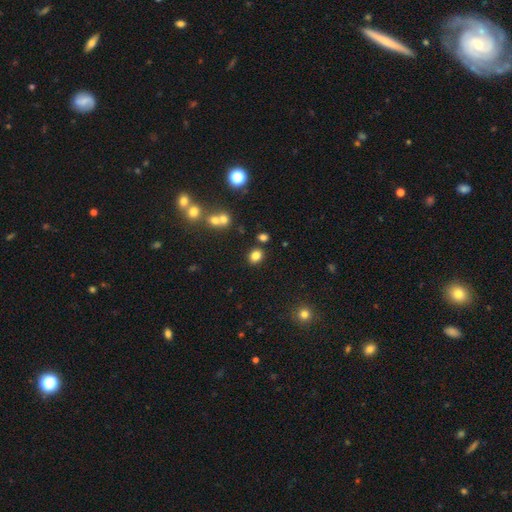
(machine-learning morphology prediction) smooth_or_featured: smooth (p=0.82) [alt: star or artifact p=0.13]
how_rounded: round (p=0.57) [alt: in between p=0.42]
merging: none (p=0.82) [alt: minor disturbance p=0.09]